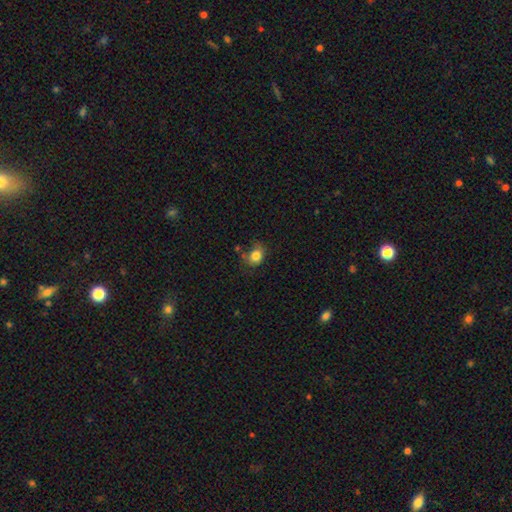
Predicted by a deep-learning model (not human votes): This appears to be a smooth galaxy with no disk features (82%) that is round (59%). Merging: none (56%).